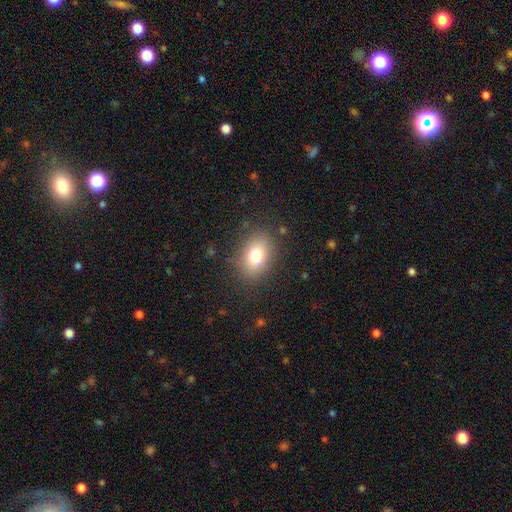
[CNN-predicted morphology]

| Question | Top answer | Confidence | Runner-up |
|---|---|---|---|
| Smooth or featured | smooth | 77% | featured or disk (12%) |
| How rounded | in between | 67% | round (32%) |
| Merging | none | 83% | minor disturbance (11%) |